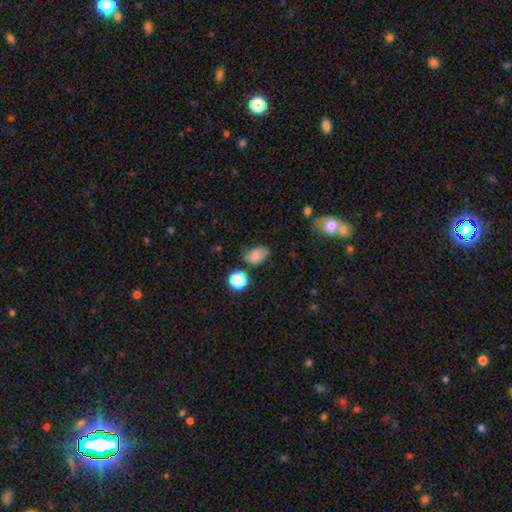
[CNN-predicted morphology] smooth 75%, featured or disk 13%, star or artifact 12%. Down the decision tree: how rounded — in between (77%); merging — none (55%).